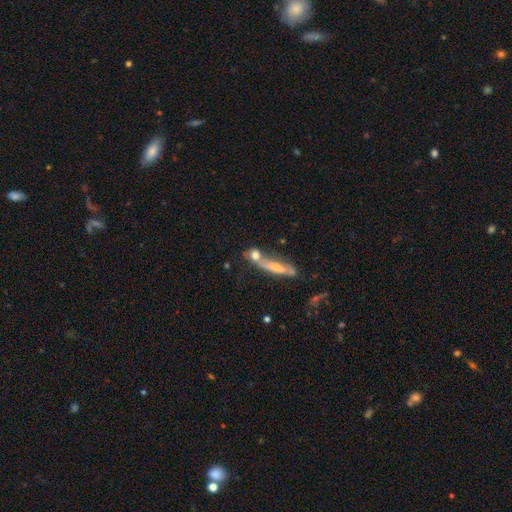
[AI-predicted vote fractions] A smooth galaxy with no disk features (63%) that is round (39%). Merging: merger (40%).